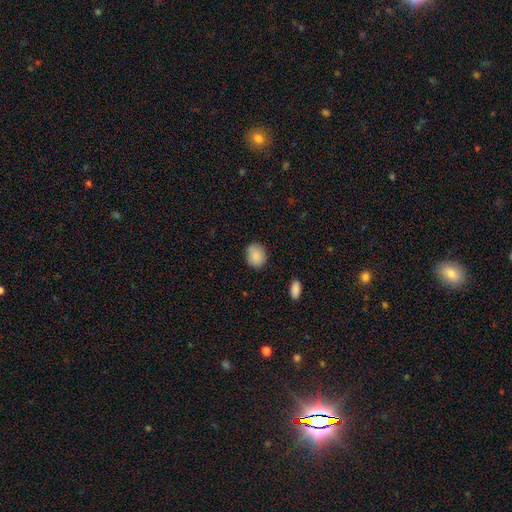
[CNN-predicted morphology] Smooth or featured? smooth (88%)
How rounded? round (56%)
Merging? none (80%)